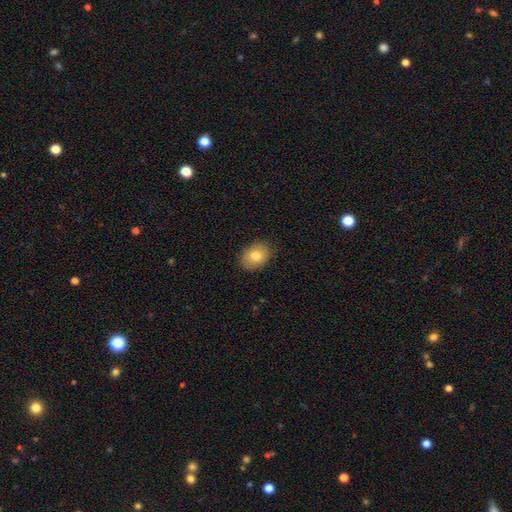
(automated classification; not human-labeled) smooth_or_featured: smooth (p=0.80) [alt: featured or disk p=0.12]
how_rounded: in between (p=0.66) [alt: round p=0.33]
merging: none (p=0.87) [alt: minor disturbance p=0.10]